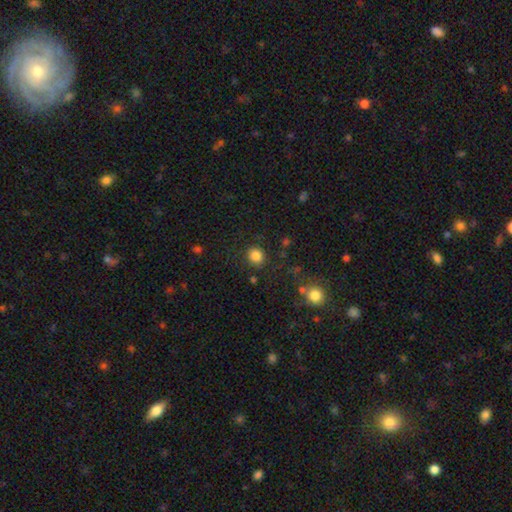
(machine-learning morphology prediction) Smooth or featured? Predicted: smooth (p=0.84). How rounded? Predicted: round (p=0.76). Merging? Predicted: none (p=0.85).